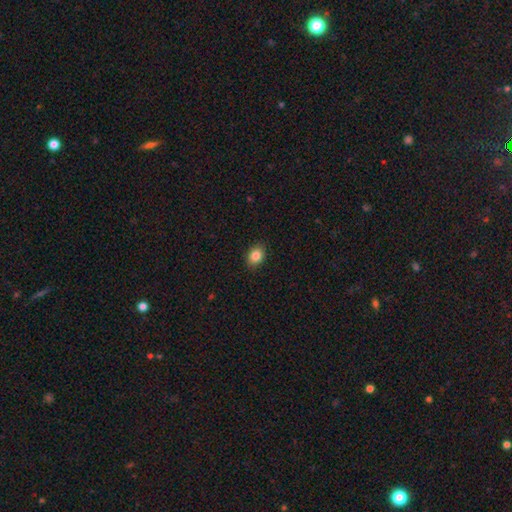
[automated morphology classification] Overall: smooth (85%). How rounded: in between (71%). Merging: none (89%).